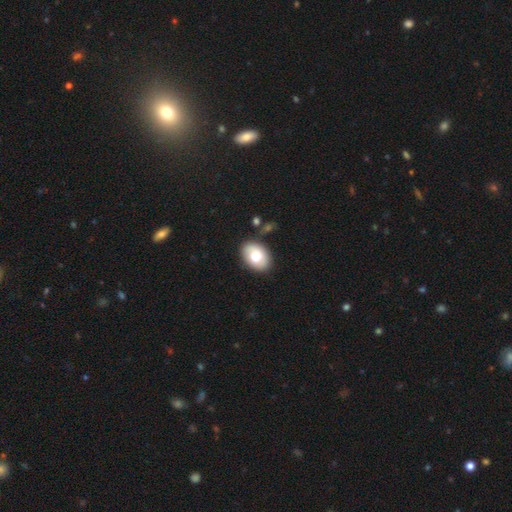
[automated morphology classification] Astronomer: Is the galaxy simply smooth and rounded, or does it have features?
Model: smooth — 74%.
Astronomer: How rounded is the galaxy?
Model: in between — 79%.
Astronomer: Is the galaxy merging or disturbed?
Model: none — 83%.